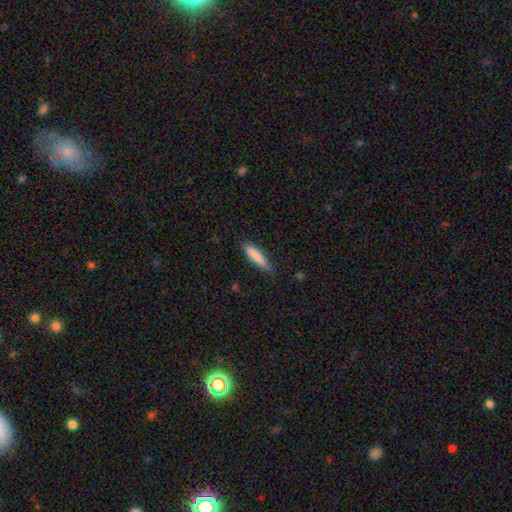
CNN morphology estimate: type=smooth (85%); roundness=cigar-shaped (76%); merging=none (78%).